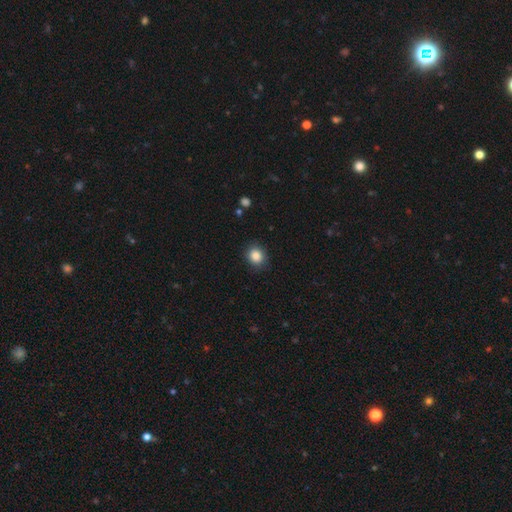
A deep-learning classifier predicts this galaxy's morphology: type=smooth (86%); roundness=round (78%); merging=none (88%).